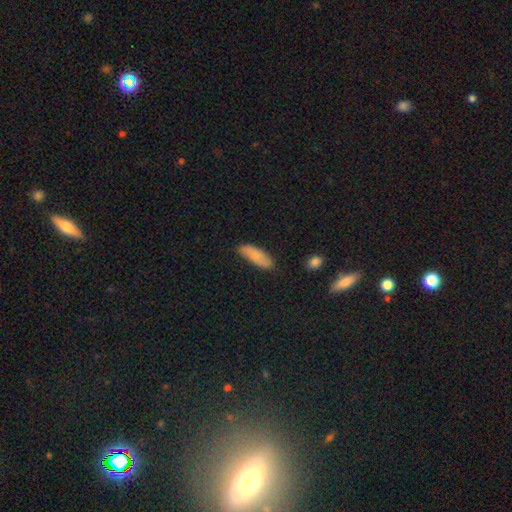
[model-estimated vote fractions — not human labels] A smooth galaxy with no disk features (72%) that is in between round and cigar-shaped (64%).

Vote fractions:
- Smooth or featured? smooth: 72% / featured or disk: 21% / star or artifact: 6%
- How rounded? in between: 64% / cigar-shaped: 34% / round: 2%
- Merging? none: 74% / minor disturbance: 21% / major disturbance: 4% / merger: 2%